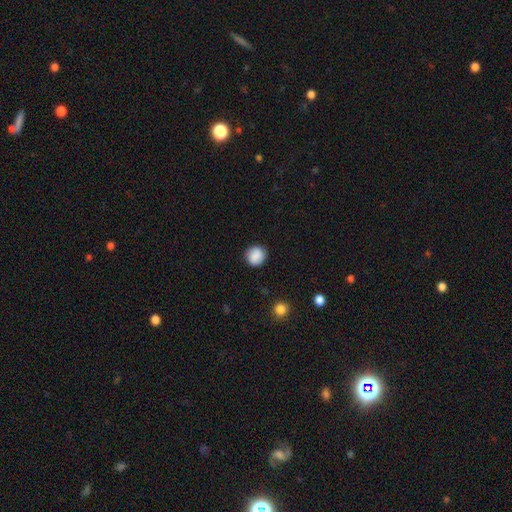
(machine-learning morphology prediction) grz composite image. It shows a smooth galaxy with no disk features (85%) that is round (89%). Merging: none (88%).